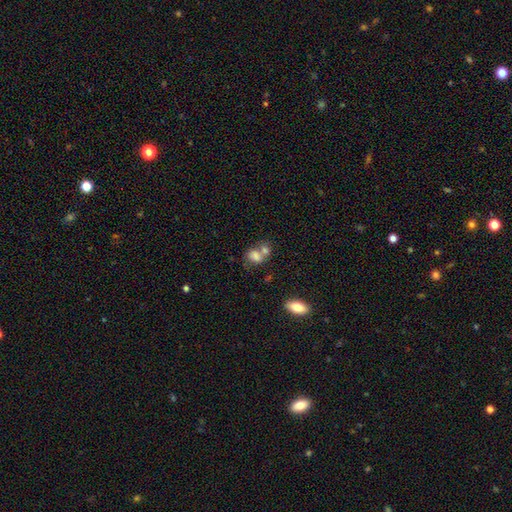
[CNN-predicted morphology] Overall: smooth (74%). How rounded: in between (67%; round 31%). Merging: merger (56%; none 28%).